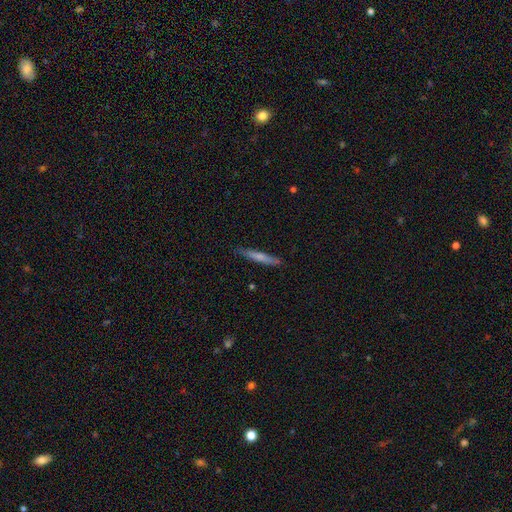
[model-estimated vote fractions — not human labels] A featured or disk galaxy (46%, tied with smooth).

Vote fractions:
- Smooth or featured? featured or disk: 46% (tied) / smooth: 46% (tied) / star or artifact: 7%
- Merging? none: 89% / minor disturbance: 8% / major disturbance: 1% / merger: 1%